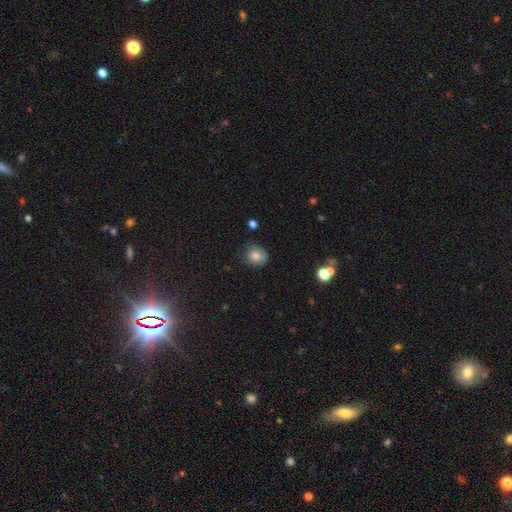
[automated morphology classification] This is likely a smooth galaxy (78%). How rounded: clearly round (81%). Merging: likely none (71%).